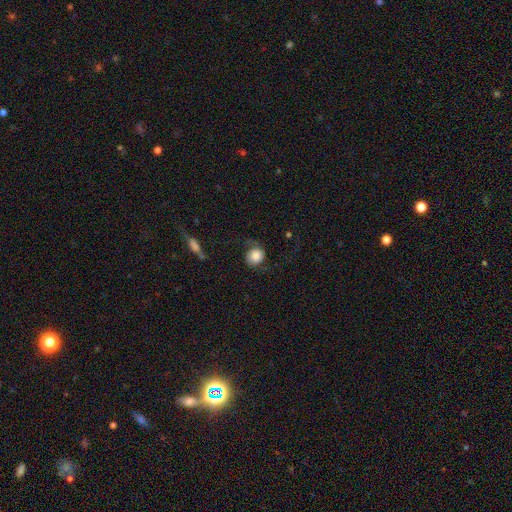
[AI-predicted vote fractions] This is likely a smooth galaxy (67%). How rounded: clearly round (81%). Merging: possibly none (58%).